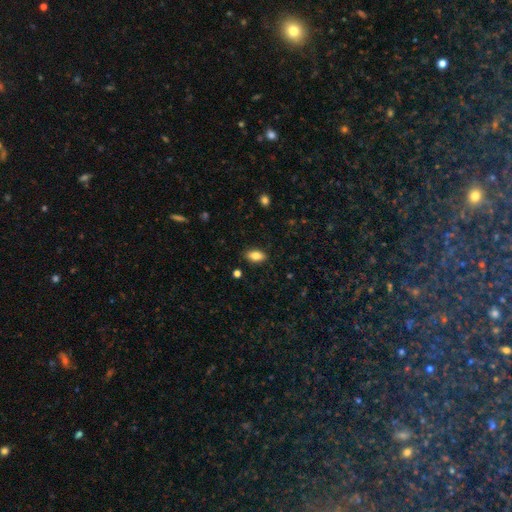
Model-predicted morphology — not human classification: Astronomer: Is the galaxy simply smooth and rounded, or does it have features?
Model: smooth — 85%.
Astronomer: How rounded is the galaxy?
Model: in between — 91%.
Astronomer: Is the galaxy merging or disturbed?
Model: none — 87%.